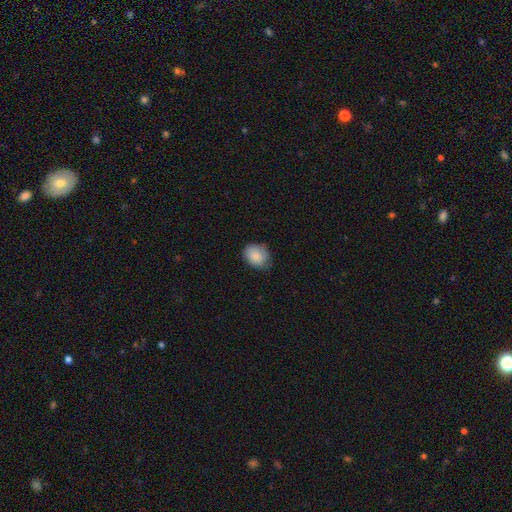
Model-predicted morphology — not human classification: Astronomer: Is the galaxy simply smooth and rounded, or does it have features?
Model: smooth — 87%.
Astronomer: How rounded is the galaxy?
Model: in between — 51% (runner-up: round, 48%).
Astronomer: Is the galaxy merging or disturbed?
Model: none — 68%.